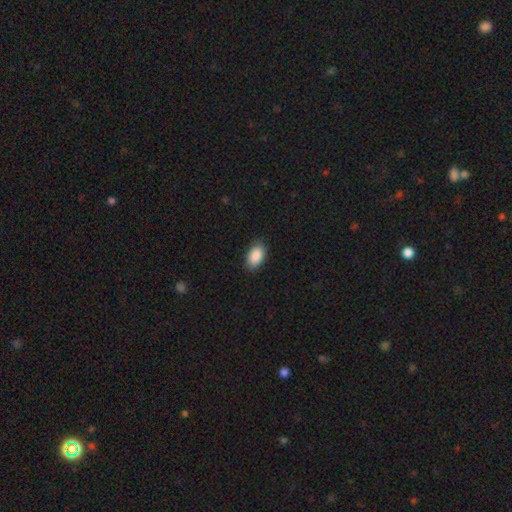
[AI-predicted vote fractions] The model was most divided on "merging": none: 87%, minor disturbance: 10%, major disturbance: 2%, merger: 1%. More confident: how rounded — in between (93%); smooth or featured — smooth (90%).